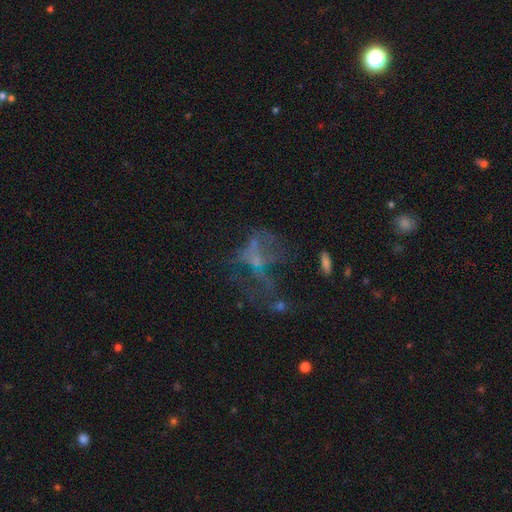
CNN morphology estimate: A featured or disk galaxy (47%).

Vote fractions:
- Smooth or featured? featured or disk: 47% / star or artifact: 30% / smooth: 23%
- Merging? major disturbance: 41% / none: 35% / minor disturbance: 14% / merger: 11%